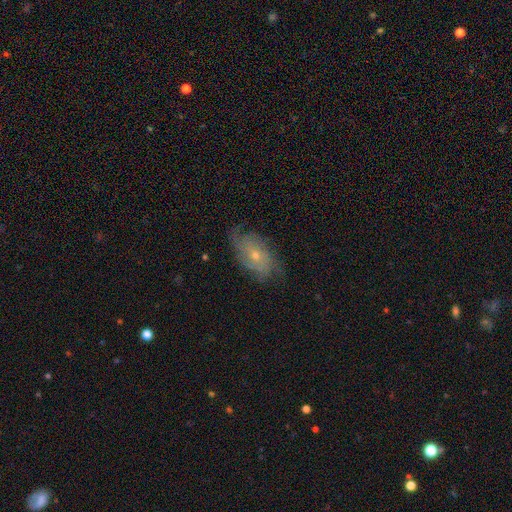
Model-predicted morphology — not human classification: A featured or disk galaxy (64%) with no bar (81%), spiral arms (83%) and a small central bulge (62%). Merging: none (68%).